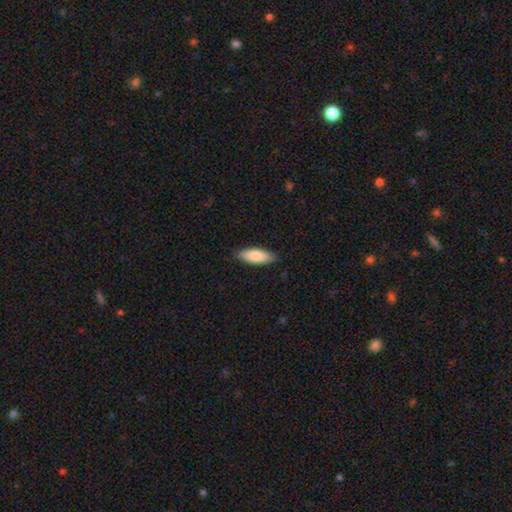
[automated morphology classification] smooth 84%, featured or disk 11%, star or artifact 5%. Down the decision tree: how rounded — in between (68%); merging — none (85%).